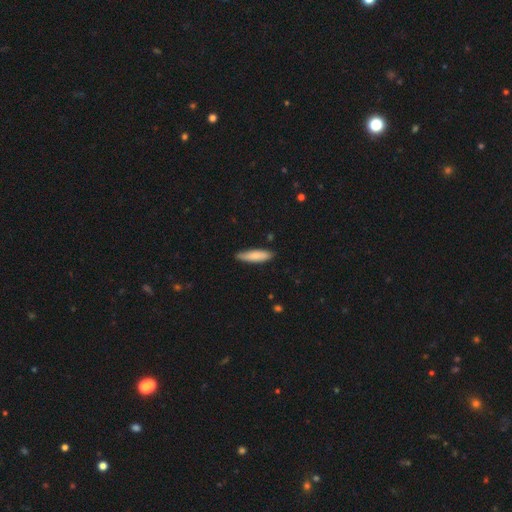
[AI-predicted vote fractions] Smooth or featured? smooth (81%)
How rounded? cigar-shaped (71%)
Merging? none (83%)